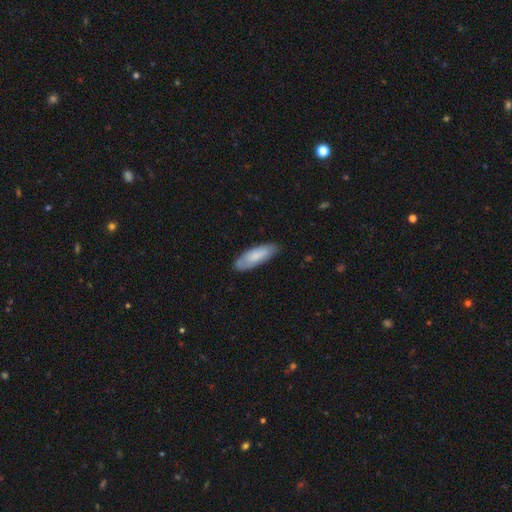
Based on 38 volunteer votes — A smooth galaxy with no disk features (71%) that is in between round and cigar-shaped (70%).

Vote fractions:
- Smooth or featured? smooth: 71% / featured or disk: 21% / star or artifact: 8%
- How rounded? in between: 70% / cigar-shaped: 30% / round: 0%
- Merging? none: 77% / minor disturbance: 14% / major disturbance: 9% / merger: 0%